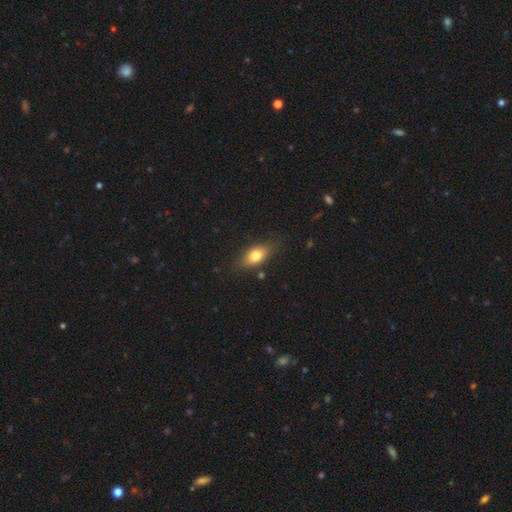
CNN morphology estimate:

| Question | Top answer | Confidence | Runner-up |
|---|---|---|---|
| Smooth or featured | smooth | 76% | featured or disk (17%) |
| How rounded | in between | 83% | cigar-shaped (9%) |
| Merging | none | 79% | minor disturbance (15%) |